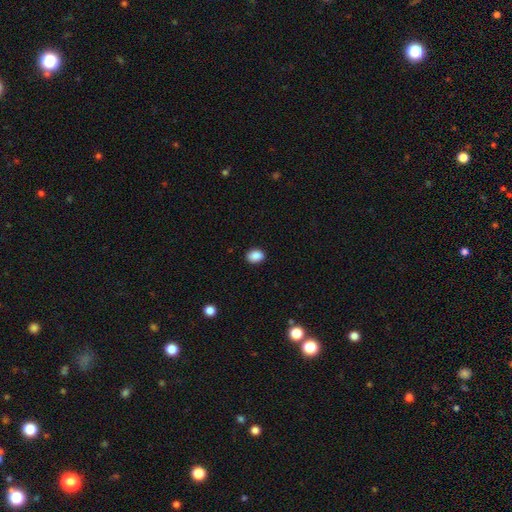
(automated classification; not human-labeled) The model was most divided on "how rounded": in between: 68%, round: 31%, cigar-shaped: 1%. More confident: merging — none (89%); smooth or featured — smooth (89%).